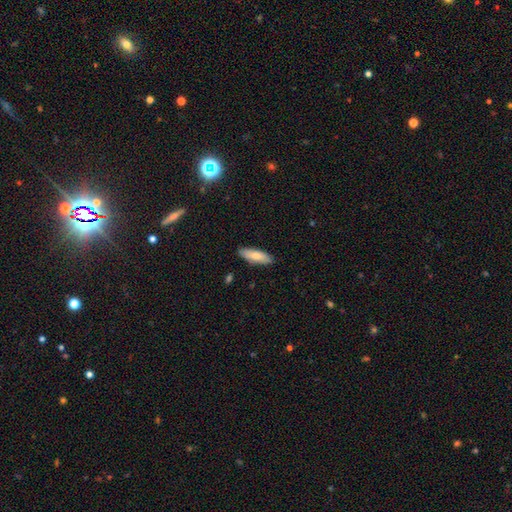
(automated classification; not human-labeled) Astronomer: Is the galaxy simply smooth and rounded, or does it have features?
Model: smooth — 79%.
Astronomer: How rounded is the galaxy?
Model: in between — 51% (runner-up: cigar-shaped, 47%).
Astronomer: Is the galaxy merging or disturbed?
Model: none — 87%.